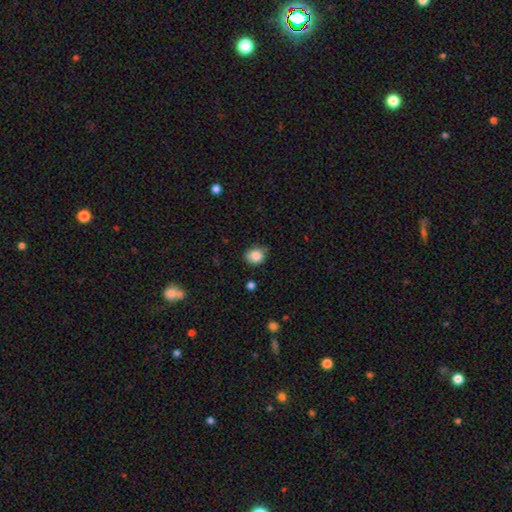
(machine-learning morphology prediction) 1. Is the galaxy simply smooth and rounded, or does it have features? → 84% smooth, 9% star or artifact, 7% featured or disk.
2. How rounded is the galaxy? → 60% round, 39% in between, 1% cigar-shaped.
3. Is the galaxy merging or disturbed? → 72% none, 23% minor disturbance, 4% major disturbance, 2% merger.